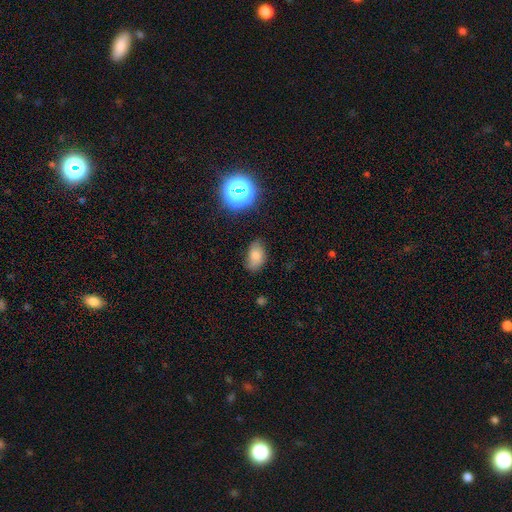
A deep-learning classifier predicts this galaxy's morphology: A smooth galaxy with no disk features (73%) that is in between round and cigar-shaped (89%).

Vote fractions:
- Smooth or featured? smooth: 73% / featured or disk: 15% / star or artifact: 13%
- How rounded? in between: 89% / round: 9% / cigar-shaped: 2%
- Merging? none: 68% / minor disturbance: 23% / major disturbance: 6% / merger: 2%